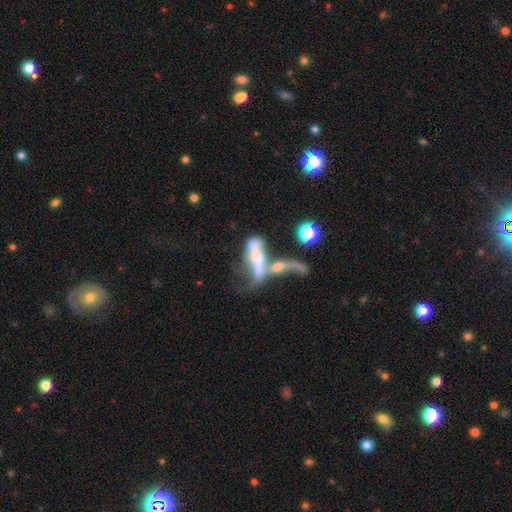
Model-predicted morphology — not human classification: A featured or disk galaxy (60%) with no bar (71%), no spiral arms (67%) and no central bulge (40%).

Vote fractions:
- Smooth or featured? featured or disk: 60% / smooth: 27% / star or artifact: 13%
- Edge-on disk? no: 84% / yes: 16%
- Bar? no: 71% / weak: 17% / strong: 12%
- Spiral arms? no: 67% / yes: 33%
- Bulge size? none: 40% / moderate: 26% / small: 24% / large: 7% / dominant: 3%
- Merging? merger: 63% / major disturbance: 21% / none: 10% / minor disturbance: 6%